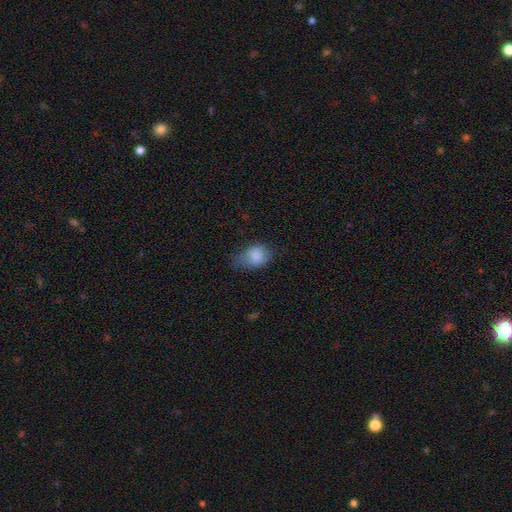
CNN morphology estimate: smooth 82%, featured or disk 10%, star or artifact 8%. Down the decision tree: how rounded — in between (72%); merging — none (43%).